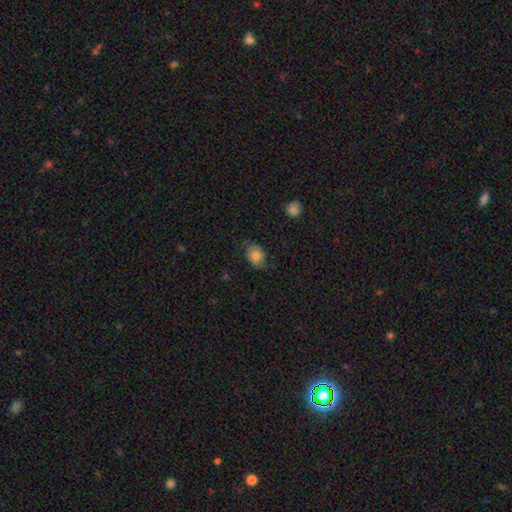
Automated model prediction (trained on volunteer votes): Overall: smooth (73%). How rounded: in between (67%; round 32%). Merging: none (64%; minor disturbance 26%).